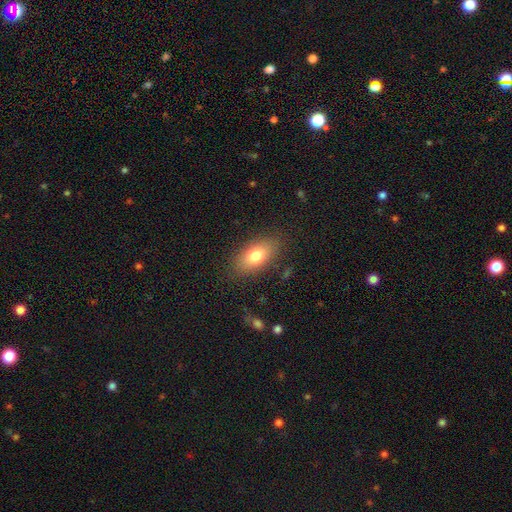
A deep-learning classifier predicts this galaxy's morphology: type=smooth (76%); roundness=in between (87%); merging=none (84%).